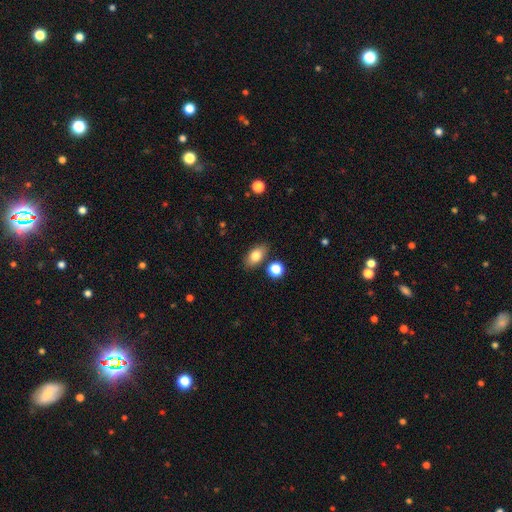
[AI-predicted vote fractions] The model was most divided on "smooth or featured": smooth: 79%, featured or disk: 12%, star or artifact: 9%. More confident: how rounded — in between (86%); merging — none (81%).